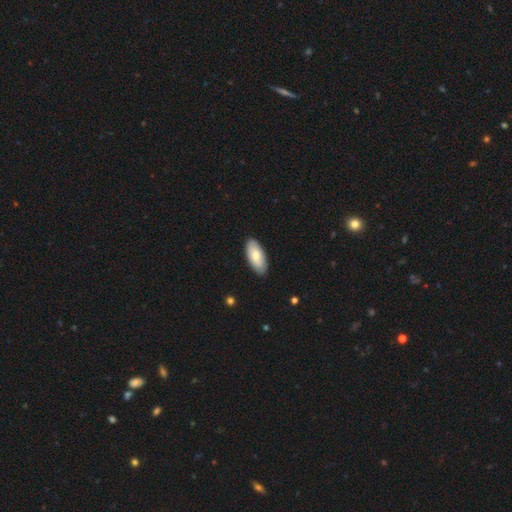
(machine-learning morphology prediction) smooth-or-featured: smooth: 76% | featured or disk: 19% | star or artifact: 5%
  how-rounded: in between: 90% | cigar-shaped: 8% | round: 2%
  merging: none: 88% | minor disturbance: 9% | major disturbance: 2% | merger: 1%